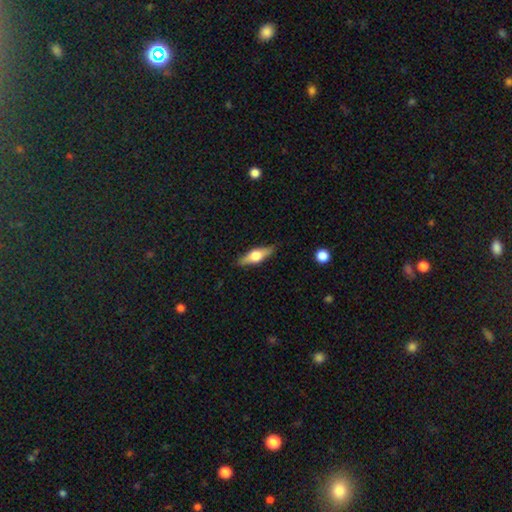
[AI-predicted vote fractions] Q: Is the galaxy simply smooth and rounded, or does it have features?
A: featured or disk — 57%.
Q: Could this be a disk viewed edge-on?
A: yes — 94%.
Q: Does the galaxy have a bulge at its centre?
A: rounded — 93%.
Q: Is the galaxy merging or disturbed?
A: none — 87%.